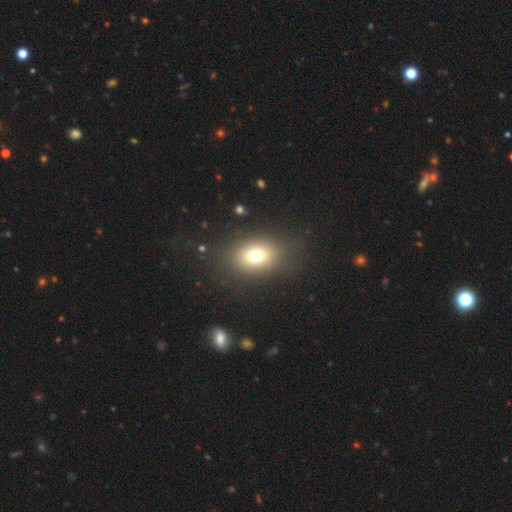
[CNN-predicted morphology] Q: Smooth or featured?
A: smooth (72%); runner-up: star or artifact (14%)
Q: How rounded?
A: in between (64%); runner-up: round (34%)
Q: Merging?
A: none (82%); runner-up: minor disturbance (10%)